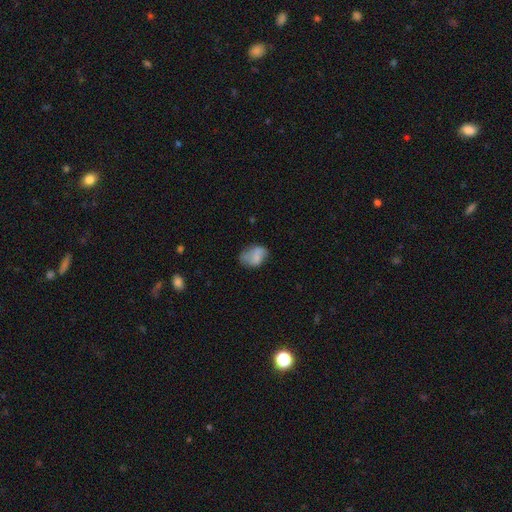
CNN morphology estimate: smooth 67%, featured or disk 24%, star or artifact 9%. Down the decision tree: how rounded — in between (81%); merging — none (45%).